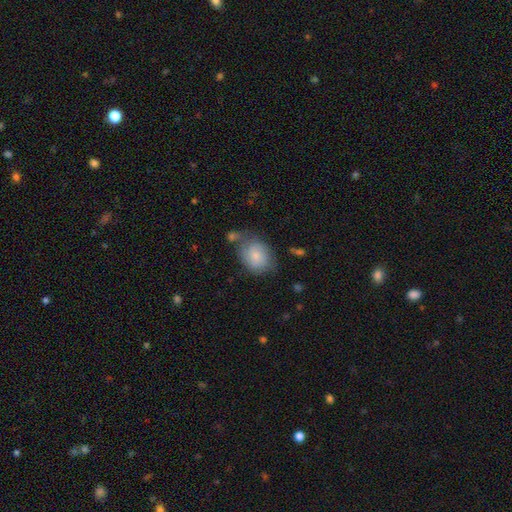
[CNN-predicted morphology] Smooth or featured: smooth — 73% (featured or disk — 20%)
How rounded: in between — 58% (round — 41%)
Merging: none — 50% (minor disturbance — 27%)